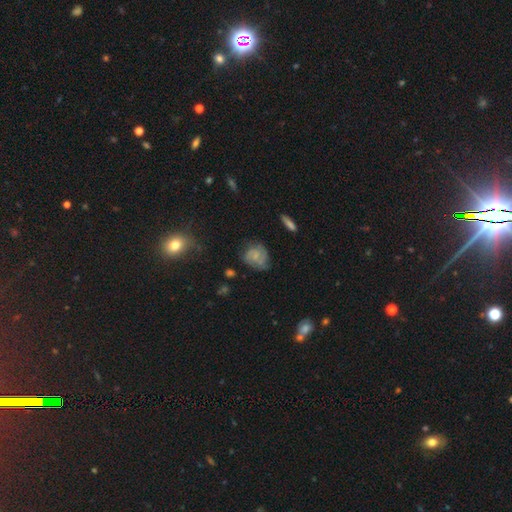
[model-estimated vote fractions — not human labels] This is marginally a featured or disk galaxy (45%, tied with smooth). Merging: possibly none (56%).